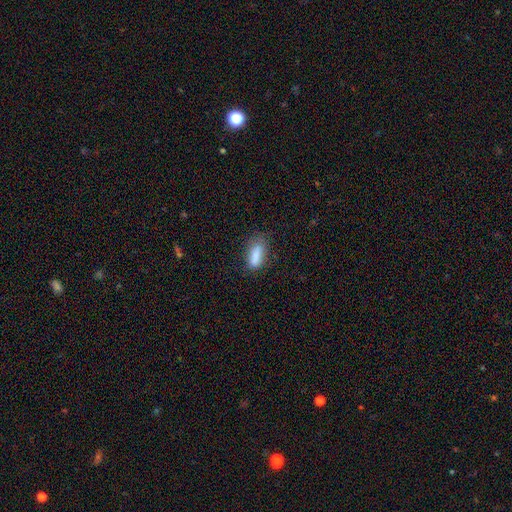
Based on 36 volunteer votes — A smooth galaxy with no disk features (78%) that is in between round and cigar-shaped (64%). Merging: none (58%).